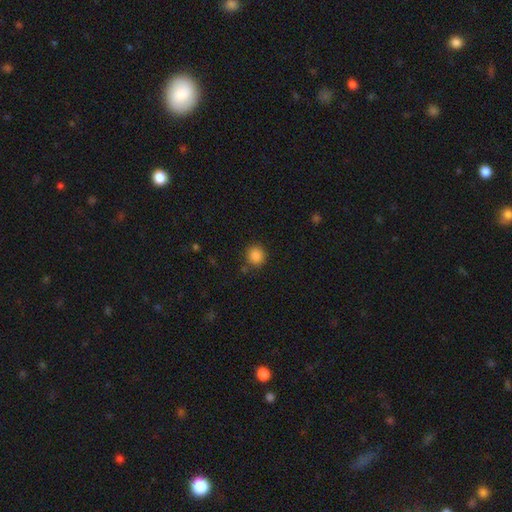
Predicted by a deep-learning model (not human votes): Smooth or featured? Predicted: smooth (p=0.87). How rounded? Predicted: round (p=0.91). Merging? Predicted: none (p=0.85).